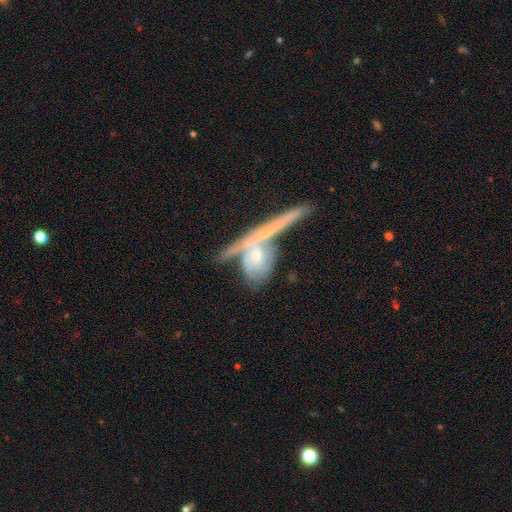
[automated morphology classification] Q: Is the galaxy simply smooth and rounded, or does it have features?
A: featured or disk — 58%.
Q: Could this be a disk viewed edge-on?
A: no — 60%.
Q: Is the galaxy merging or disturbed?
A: merger — 42%.